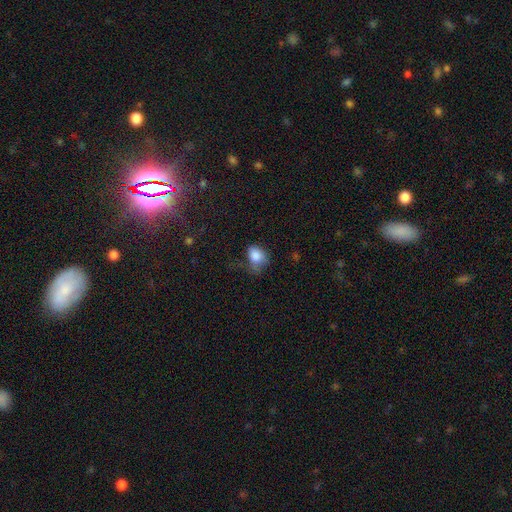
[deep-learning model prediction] A smooth galaxy with no disk features (83%) that is in between round and cigar-shaped (66%).

Vote fractions:
- Smooth or featured? smooth: 83% / star or artifact: 9% / featured or disk: 8%
- How rounded? in between: 66% / round: 33% / cigar-shaped: 1%
- Merging? none: 35% (tied) / minor disturbance: 35% (tied) / major disturbance: 25% / merger: 4%